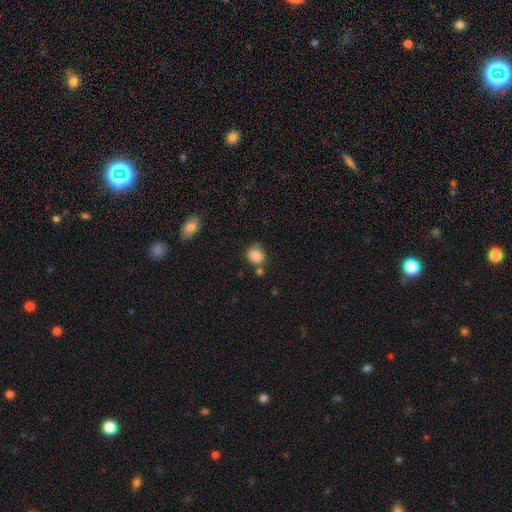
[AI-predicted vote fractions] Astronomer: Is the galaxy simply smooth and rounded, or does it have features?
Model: smooth — 86%.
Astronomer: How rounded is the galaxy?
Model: round — 66%.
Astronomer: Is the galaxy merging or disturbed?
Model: none — 66%.